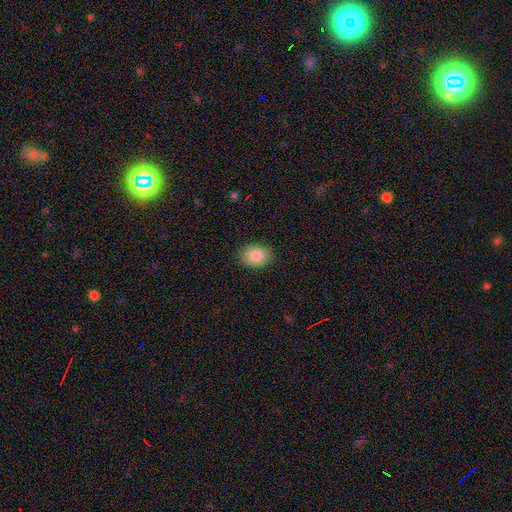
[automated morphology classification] A smooth galaxy with no disk features (87%) that is in between round and cigar-shaped (62%).

Vote fractions:
- Smooth or featured? smooth: 87% / star or artifact: 8% / featured or disk: 5%
- How rounded? in between: 62% / round: 37% / cigar-shaped: 1%
- Merging? none: 89% / minor disturbance: 8% / major disturbance: 2% / merger: 1%